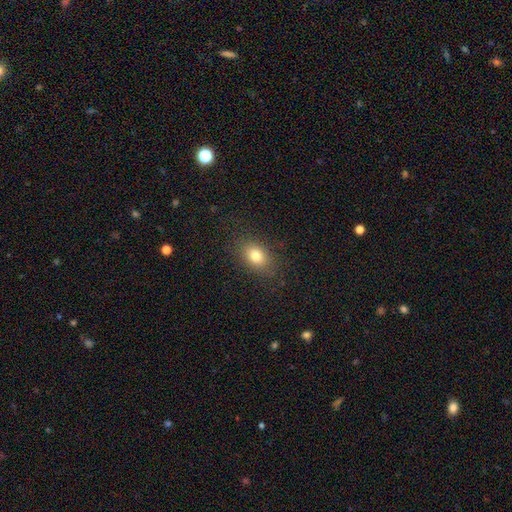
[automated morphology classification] A smooth galaxy with no disk features (80%) that is in between round and cigar-shaped (77%). Merging: none (83%).